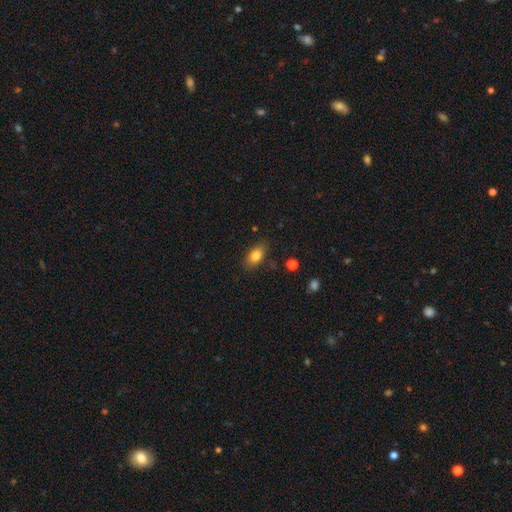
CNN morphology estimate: smooth 81%, featured or disk 10%, star or artifact 9%. Down the decision tree: how rounded — in between (85%); merging — none (82%).